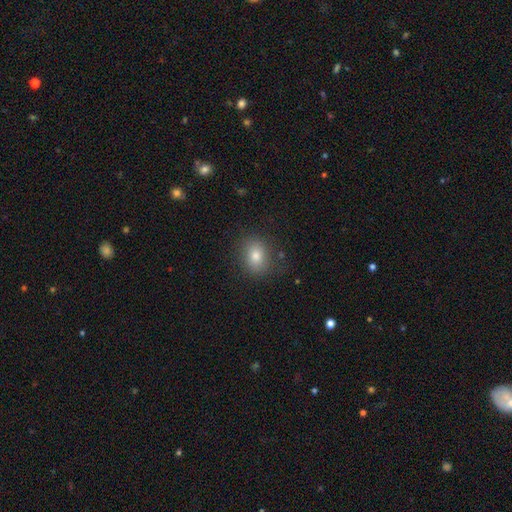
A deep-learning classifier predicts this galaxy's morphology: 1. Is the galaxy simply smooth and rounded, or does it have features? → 78% smooth, 12% star or artifact, 10% featured or disk.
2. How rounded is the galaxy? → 56% in between, 43% round, 1% cigar-shaped.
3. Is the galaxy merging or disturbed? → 83% none, 12% minor disturbance, 4% major disturbance, 1% merger.